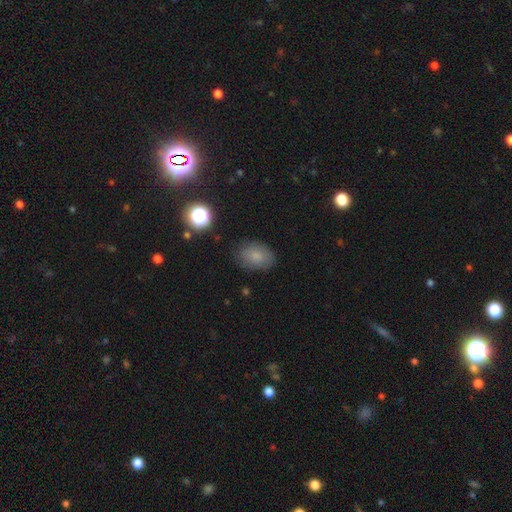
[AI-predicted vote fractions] Smooth or featured?
  - smooth: 79% *
  - star or artifact: 12%
  - featured or disk: 10%
How rounded?
  - in between: 74% *
  - round: 25%
  - cigar-shaped: 1%
Merging?
  - none: 80% *
  - minor disturbance: 15%
  - major disturbance: 4%
  - merger: 2%